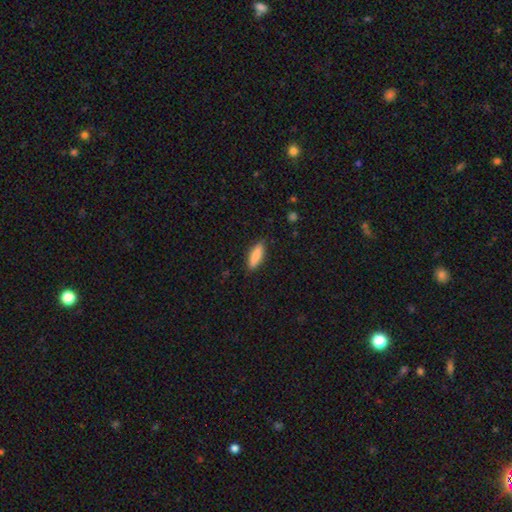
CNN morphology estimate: The model was most divided on "how rounded": cigar-shaped: 53%, in between: 45%, round: 2%. More confident: merging — none (87%); smooth or featured — smooth (85%).